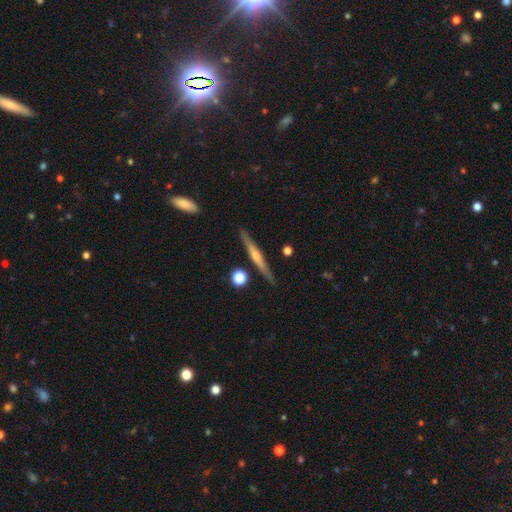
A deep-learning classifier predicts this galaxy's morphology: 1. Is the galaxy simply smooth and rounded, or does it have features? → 64% featured or disk, 29% smooth, 7% star or artifact.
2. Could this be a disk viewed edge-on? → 97% yes, 3% no.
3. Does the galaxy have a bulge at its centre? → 65% rounded, 28% none, 7% boxy.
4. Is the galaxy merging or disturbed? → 88% none, 8% minor disturbance, 2% merger, 2% major disturbance.